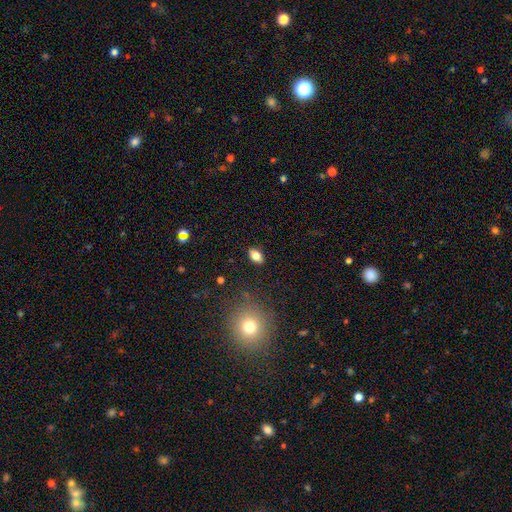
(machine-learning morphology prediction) Smooth or featured?
  - smooth: 80% *
  - featured or disk: 11%
  - star or artifact: 9%
How rounded?
  - in between: 89% *
  - round: 7%
  - cigar-shaped: 3%
Merging?
  - none: 87% *
  - minor disturbance: 9%
  - major disturbance: 2%
  - merger: 1%